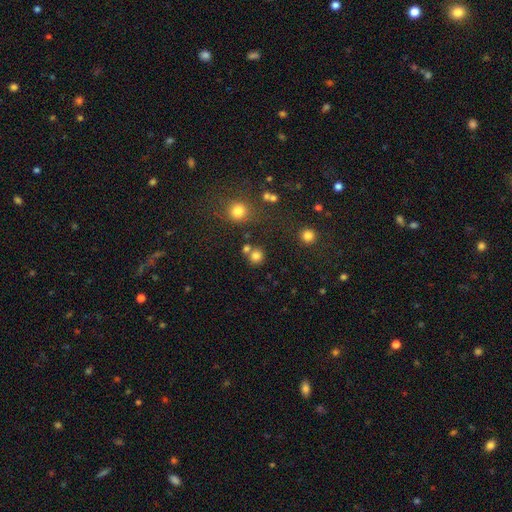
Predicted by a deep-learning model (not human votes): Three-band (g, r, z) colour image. It shows a smooth galaxy with no disk features (79%) that is round (90%). Merging: none (71%).